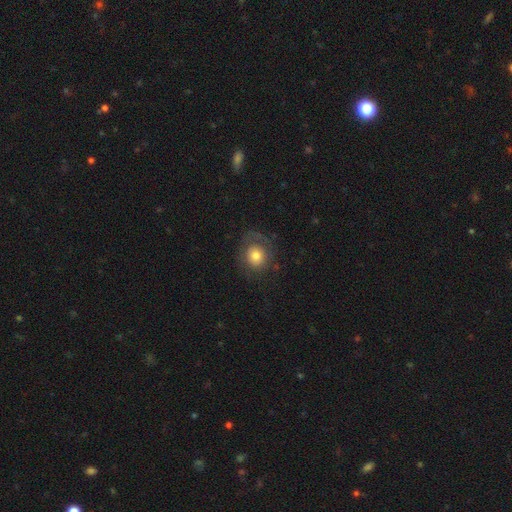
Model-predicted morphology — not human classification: A smooth galaxy with no disk features (64%) that is round (80%). Merging: none (67%).